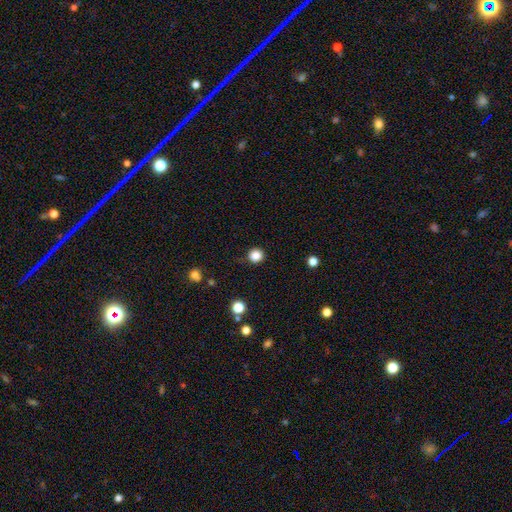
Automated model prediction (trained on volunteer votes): Smooth or featured? Predicted: smooth (p=0.85). How rounded? Predicted: round (p=0.94). Merging? Predicted: none (p=0.89).